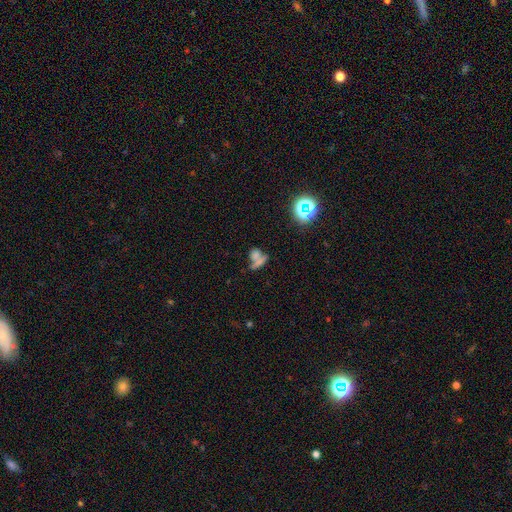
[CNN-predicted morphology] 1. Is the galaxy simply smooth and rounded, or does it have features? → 60% smooth, 20% featured or disk, 19% star or artifact.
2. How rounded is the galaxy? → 49% in between, 37% round, 14% cigar-shaped.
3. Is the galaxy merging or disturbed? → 53% merger, 29% none, 9% minor disturbance, 8% major disturbance.